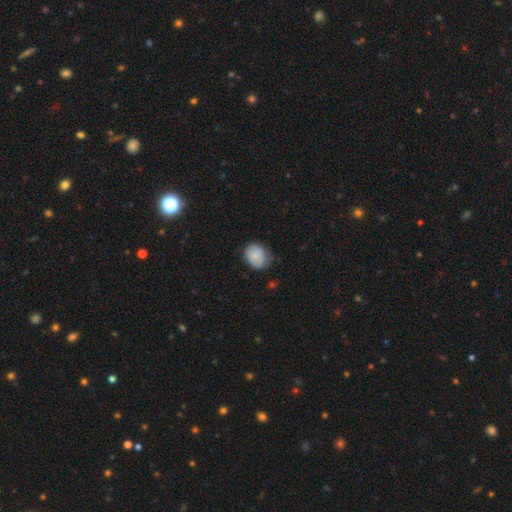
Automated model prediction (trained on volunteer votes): smooth-or-featured: smooth: 81% | featured or disk: 12% | star or artifact: 7%
  how-rounded: round: 54% | in between: 45% | cigar-shaped: 1%
  merging: none: 62% | minor disturbance: 29% | major disturbance: 7% | merger: 1%